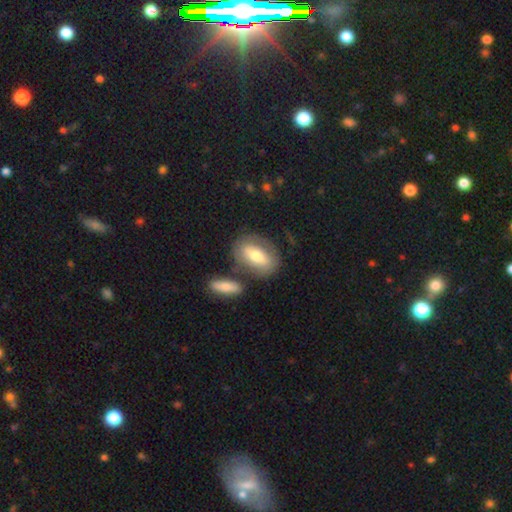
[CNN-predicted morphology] smooth-or-featured: smooth: 56% | featured or disk: 37% | star or artifact: 6%
  how-rounded: in between: 81% | round: 12% | cigar-shaped: 7%
  merging: none: 67% | merger: 14% | minor disturbance: 13% | major disturbance: 5%